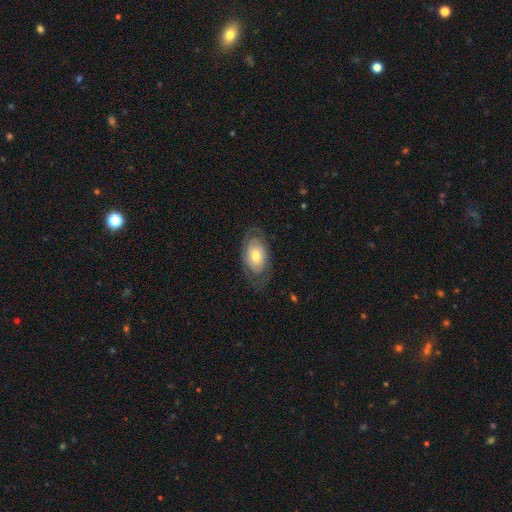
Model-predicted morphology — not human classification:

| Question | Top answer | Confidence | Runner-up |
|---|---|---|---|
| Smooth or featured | featured or disk | 52% | smooth (42%) |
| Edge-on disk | no | 91% | yes (9%) |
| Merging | none | 69% | minor disturbance (19%) |